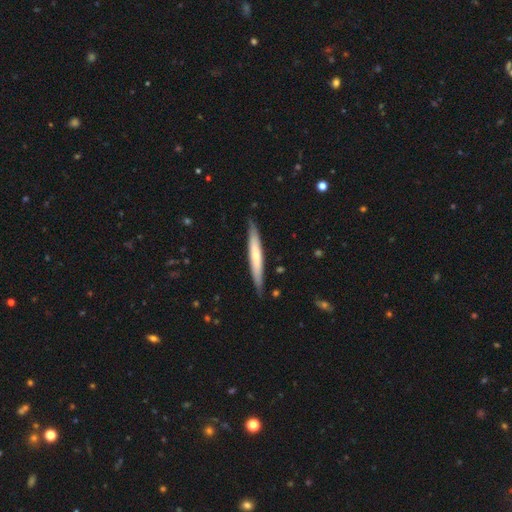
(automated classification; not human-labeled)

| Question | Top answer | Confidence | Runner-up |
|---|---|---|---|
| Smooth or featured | smooth | 52% | featured or disk (44%) |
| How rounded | cigar-shaped | 94% | in between (5%) |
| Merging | none | 86% | minor disturbance (11%) |